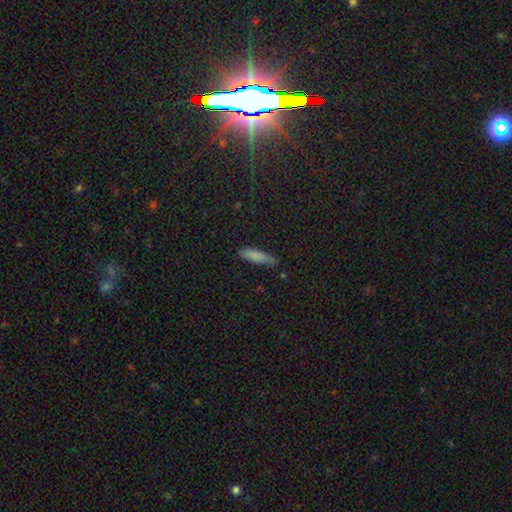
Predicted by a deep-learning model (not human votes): Smooth or featured? Predicted: smooth (p=0.82). How rounded? Predicted: cigar-shaped (p=0.71). Merging? Predicted: none (p=0.75).